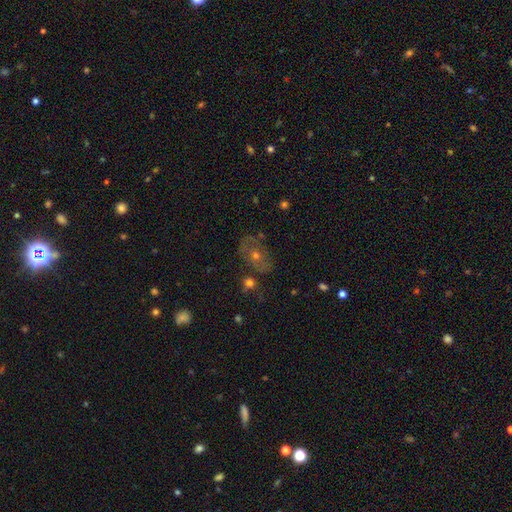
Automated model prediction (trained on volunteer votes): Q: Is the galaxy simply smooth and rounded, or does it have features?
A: featured or disk — 42%.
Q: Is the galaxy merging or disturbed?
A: none — 58%.